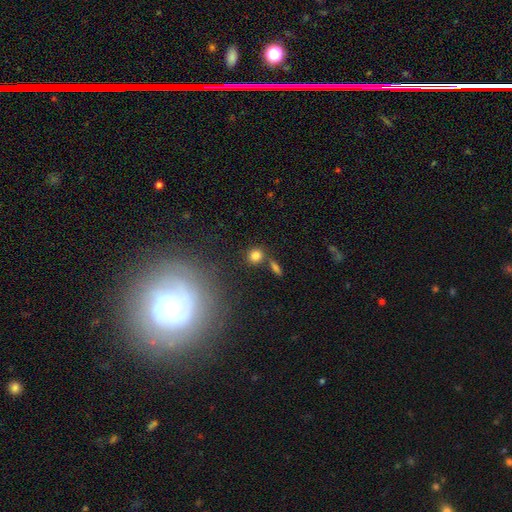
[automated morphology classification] Smooth or featured?
  - smooth: 81% *
  - star or artifact: 12%
  - featured or disk: 7%
How rounded?
  - round: 81% *
  - in between: 17%
  - cigar-shaped: 2%
Merging?
  - none: 75% *
  - merger: 13%
  - minor disturbance: 9%
  - major disturbance: 3%